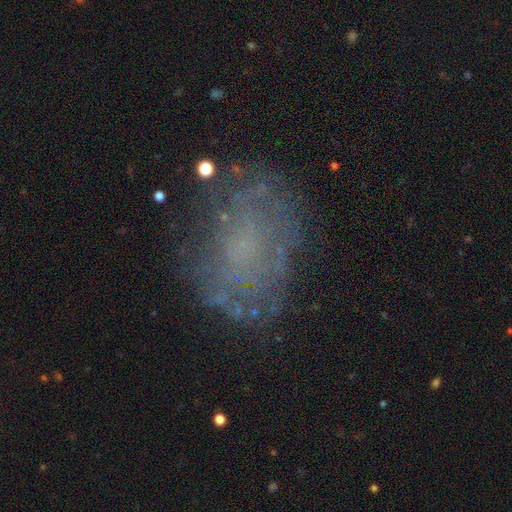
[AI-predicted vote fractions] Smooth or featured?
  - featured or disk: 54% *
  - smooth: 30%
  - star or artifact: 16%
Edge-on disk?
  - no: 97% *
  - yes: 3%
Bar?
  - no: 87% *
  - weak: 11%
  - strong: 2%
Spiral arms?
  - no: 58% *
  - yes: 42%
Bulge size?
  - none: 48% *
  - small: 39%
  - moderate: 10%
  - large: 2%
  - dominant: 1%
Merging?
  - none: 64% *
  - minor disturbance: 19%
  - major disturbance: 15%
  - merger: 3%